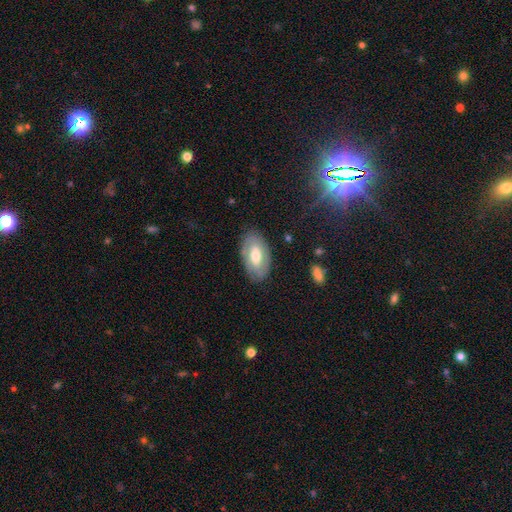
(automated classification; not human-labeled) featured or disk 50%, smooth 44%, star or artifact 6%. Down the decision tree: edge-on disk — no (89%); merging — none (82%).